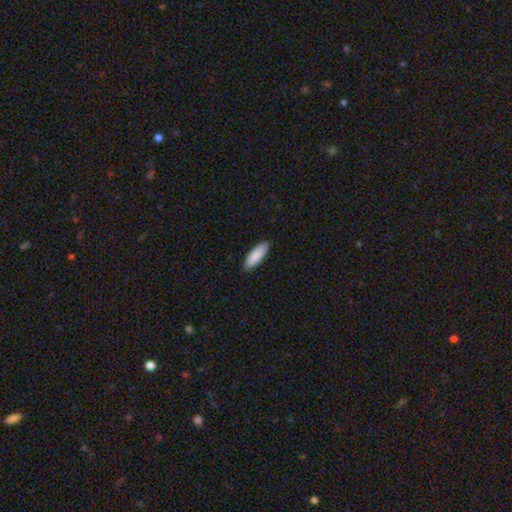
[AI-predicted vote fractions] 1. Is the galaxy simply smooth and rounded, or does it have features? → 90% smooth, 5% featured or disk, 5% star or artifact.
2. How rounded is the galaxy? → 63% in between, 36% cigar-shaped, 1% round.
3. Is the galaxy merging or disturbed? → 90% none, 8% minor disturbance, 1% major disturbance, 1% merger.